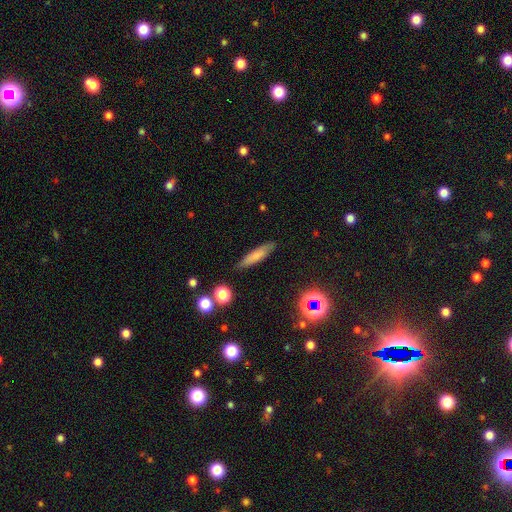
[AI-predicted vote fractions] Q: Smooth or featured?
A: smooth (71%); runner-up: featured or disk (20%)
Q: How rounded?
A: cigar-shaped (78%); runner-up: in between (20%)
Q: Merging?
A: none (85%); runner-up: minor disturbance (11%)